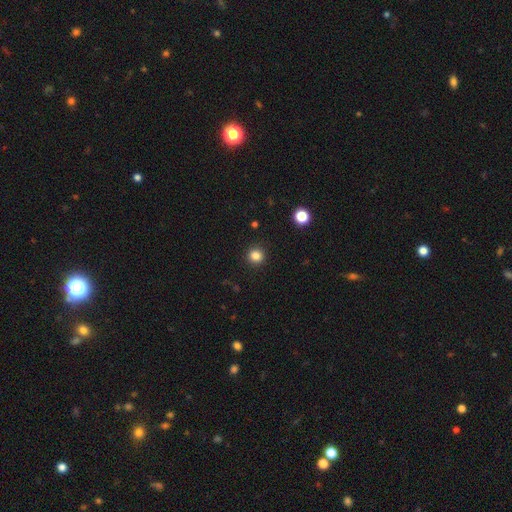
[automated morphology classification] The model was most divided on "smooth or featured": smooth: 84%, star or artifact: 12%, featured or disk: 4%. More confident: how rounded — round (92%); merging — none (92%).